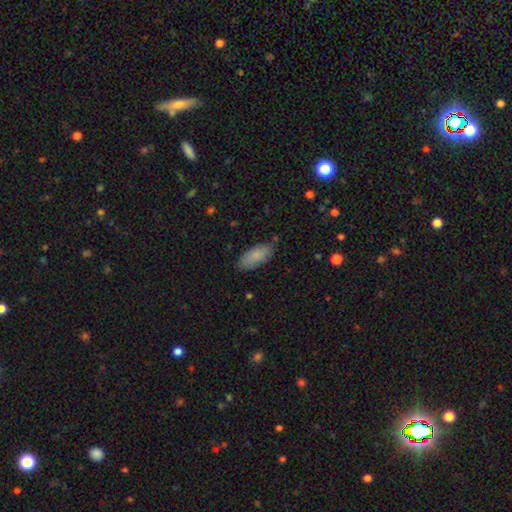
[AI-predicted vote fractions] Smooth or featured: smooth — 84% (featured or disk — 10%)
How rounded: in between — 84% (cigar-shaped — 14%)
Merging: none — 83% (minor disturbance — 13%)